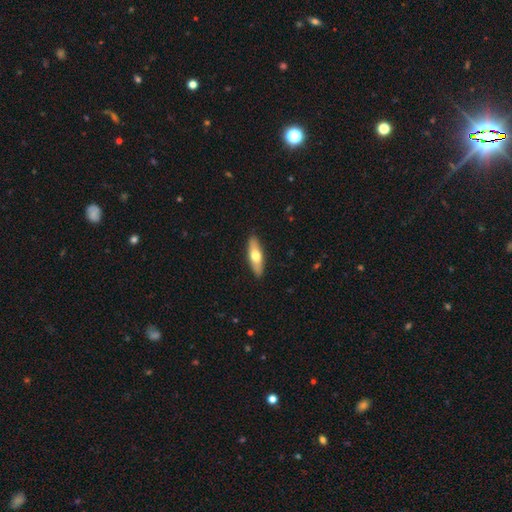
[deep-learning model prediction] A smooth galaxy with no disk features (59%) that is cigar-shaped (53%).

Vote fractions:
- Smooth or featured? smooth: 59% / featured or disk: 36% / star or artifact: 5%
- How rounded? cigar-shaped: 53% / in between: 45% / round: 2%
- Merging? none: 90% / minor disturbance: 7% / major disturbance: 2% / merger: 1%